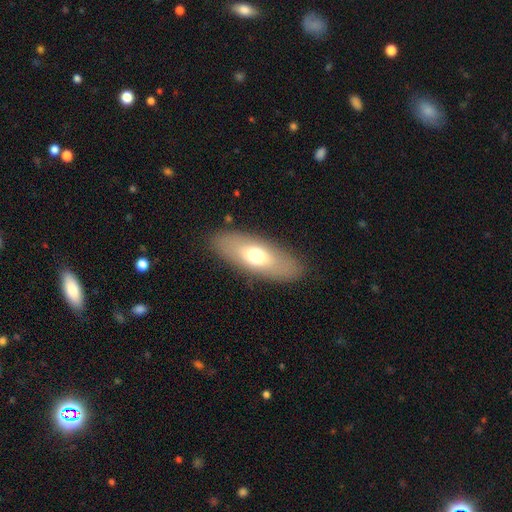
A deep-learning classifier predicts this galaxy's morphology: Smooth or featured? smooth (62%)
How rounded? in between (74%)
Merging? none (86%)